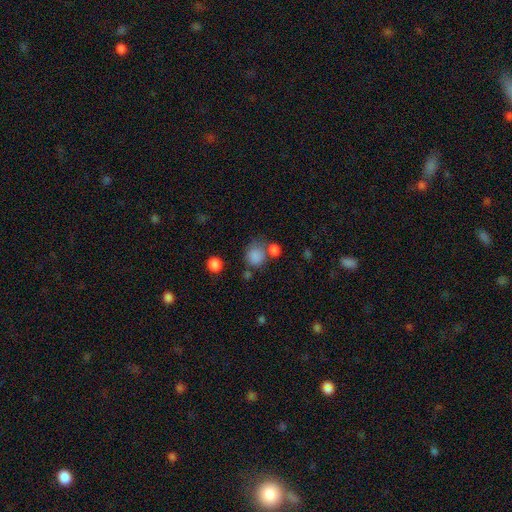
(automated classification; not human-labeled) A smooth galaxy with no disk features (82%) that is round (74%). Merging: none (55%).